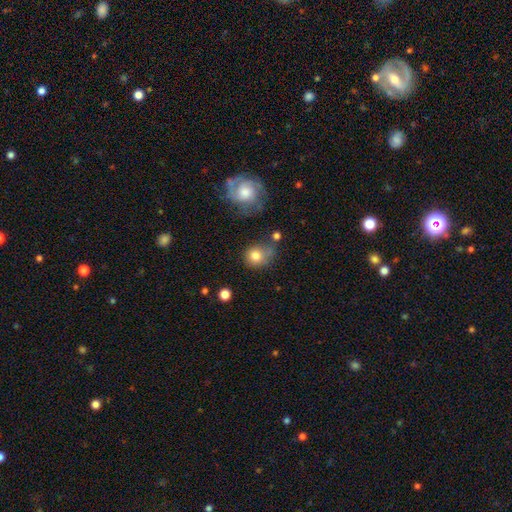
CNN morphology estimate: A smooth galaxy with no disk features (78%) that is round (70%). Merging: none (47%).